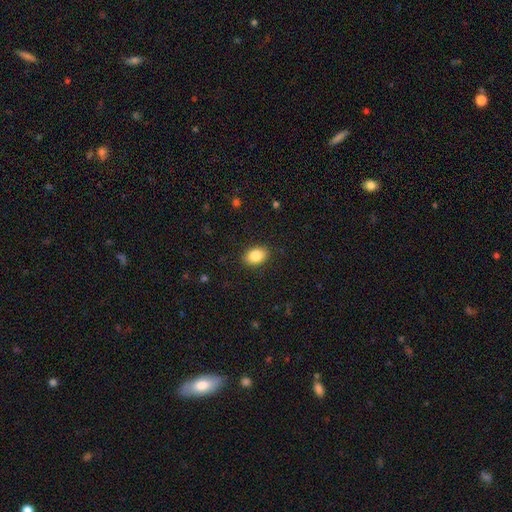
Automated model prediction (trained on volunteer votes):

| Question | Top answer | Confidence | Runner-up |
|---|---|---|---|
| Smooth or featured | smooth | 85% | star or artifact (8%) |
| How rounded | in between | 81% | round (17%) |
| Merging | none | 88% | minor disturbance (8%) |